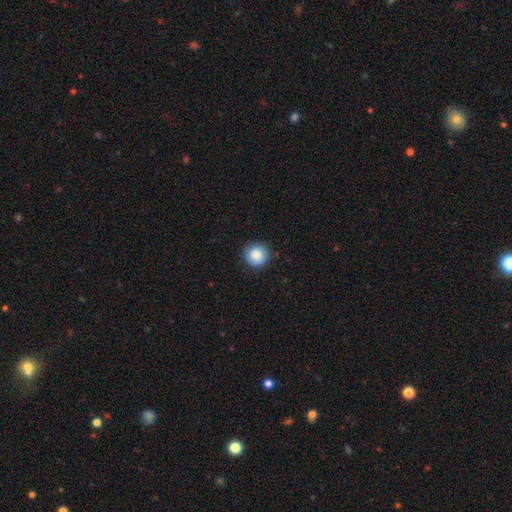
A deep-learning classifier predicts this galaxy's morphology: This appears to be a smooth galaxy with no disk features (86%) that is round (94%). Merging: none (87%).